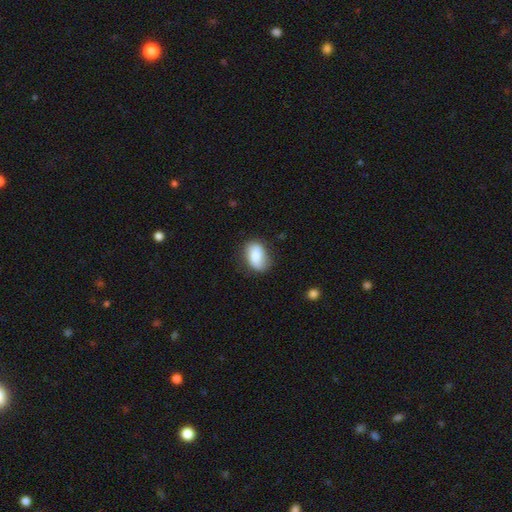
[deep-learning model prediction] Smooth or featured? smooth (74%)
How rounded? in between (84%)
Merging? none (72%)